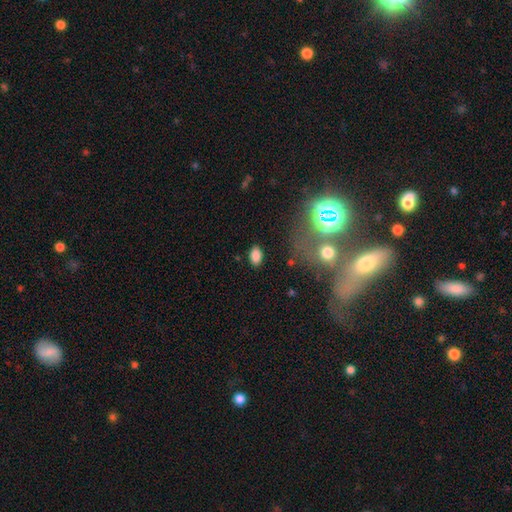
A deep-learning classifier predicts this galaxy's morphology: This is clearly a smooth galaxy (84%). How rounded: clearly in between (90%). Merging: clearly none (85%).